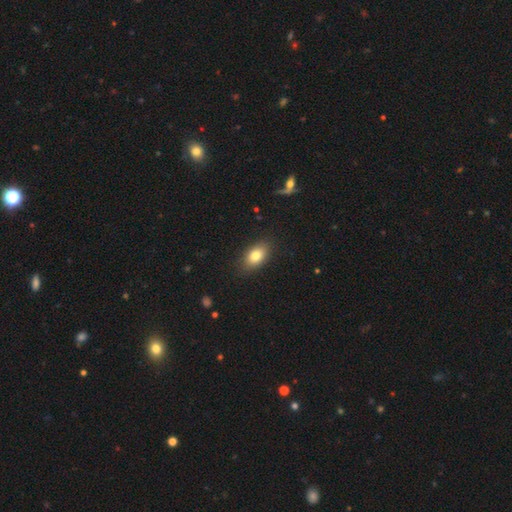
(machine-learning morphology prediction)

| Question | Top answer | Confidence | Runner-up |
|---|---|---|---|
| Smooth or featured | smooth | 79% | featured or disk (12%) |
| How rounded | in between | 87% | round (11%) |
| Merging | none | 86% | minor disturbance (11%) |